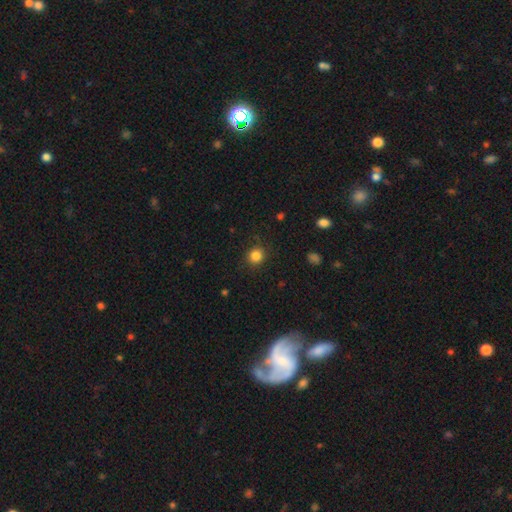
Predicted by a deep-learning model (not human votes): This appears to be a smooth galaxy with no disk features (84%) that is round (89%). Merging: none (88%).